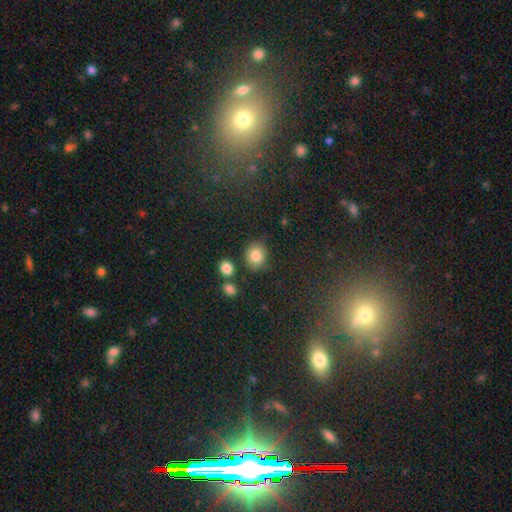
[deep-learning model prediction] A smooth galaxy with no disk features (82%) that is round (69%).

Vote fractions:
- Smooth or featured? smooth: 82% / star or artifact: 11% / featured or disk: 7%
- How rounded? round: 69% / in between: 30% / cigar-shaped: 1%
- Merging? none: 75% / minor disturbance: 14% / merger: 7% / major disturbance: 4%